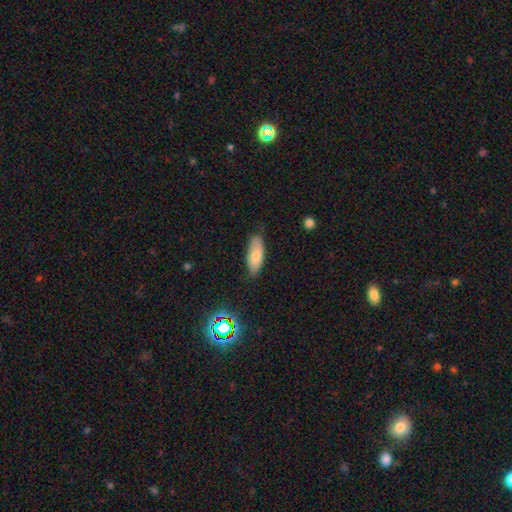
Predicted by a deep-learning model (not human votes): The model was most divided on "how rounded": in between: 71%, cigar-shaped: 26%, round: 3%. More confident: merging — none (81%); smooth or featured — smooth (72%).